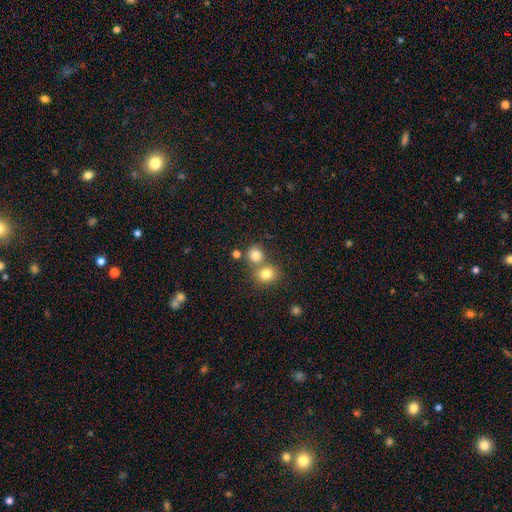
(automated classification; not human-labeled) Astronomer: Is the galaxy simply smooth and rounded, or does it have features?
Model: smooth — 79%.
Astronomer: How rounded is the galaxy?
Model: round — 80%.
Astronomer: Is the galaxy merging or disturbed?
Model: none — 54% (runner-up: merger, 36%).